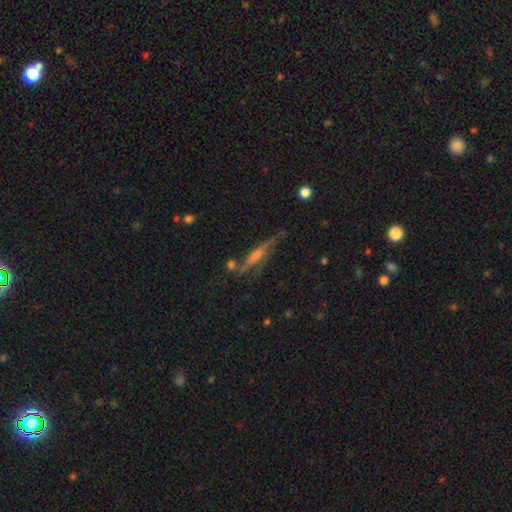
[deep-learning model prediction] smooth_or_featured: featured or disk (p=0.62) [alt: smooth p=0.26]
disk_edge_on: yes (p=0.77) [alt: no p=0.23]
merging: none (p=0.59) [alt: minor disturbance p=0.22]